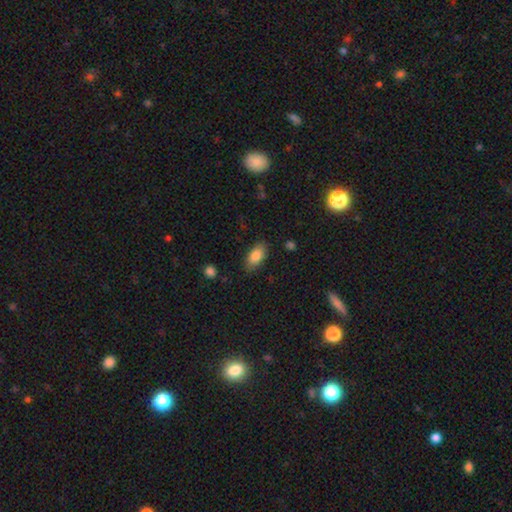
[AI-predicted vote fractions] smooth_or_featured: smooth (p=0.84) [alt: featured or disk p=0.08]
how_rounded: in between (p=0.91) [alt: cigar-shaped p=0.05]
merging: none (p=0.84) [alt: minor disturbance p=0.12]